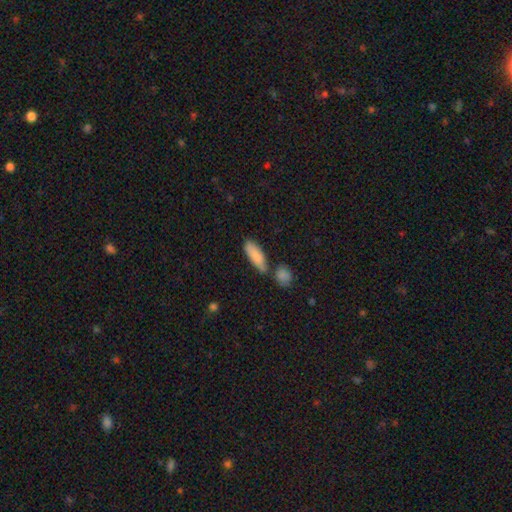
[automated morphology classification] type=smooth (84%); roundness=in between (66%); merging=none (59%).